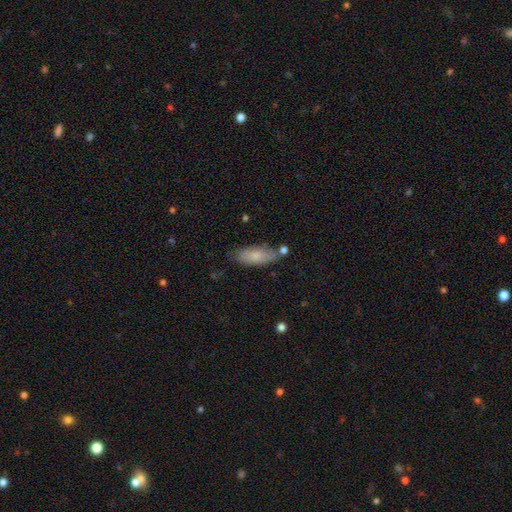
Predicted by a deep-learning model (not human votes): The model was most divided on "how rounded": in between: 74%, cigar-shaped: 24%, round: 2%. More confident: smooth or featured — smooth (78%); merging — none (72%).